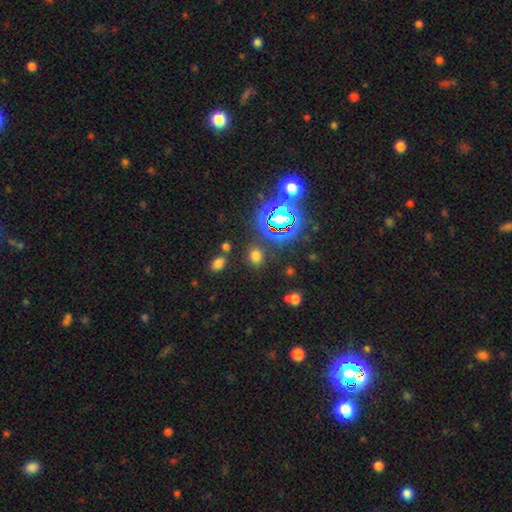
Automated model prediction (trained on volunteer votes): smooth_or_featured: smooth (p=0.65) [alt: star or artifact p=0.29]
how_rounded: round (p=0.63) [alt: in between p=0.35]
merging: none (p=0.82) [alt: minor disturbance p=0.09]